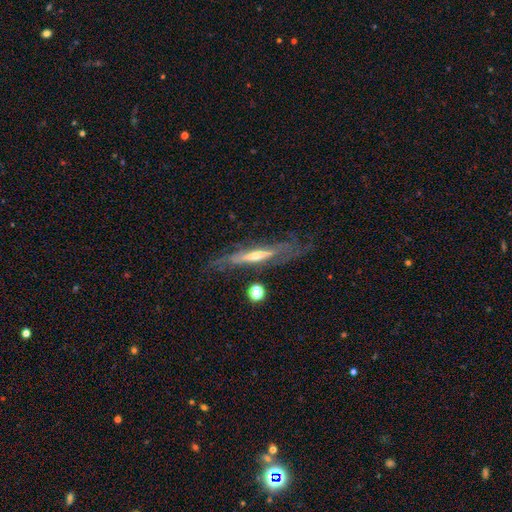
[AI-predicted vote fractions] A featured or disk galaxy (76%) viewed edge-on (70%) with a rounded central bulge (61%). Merging: none (62%).